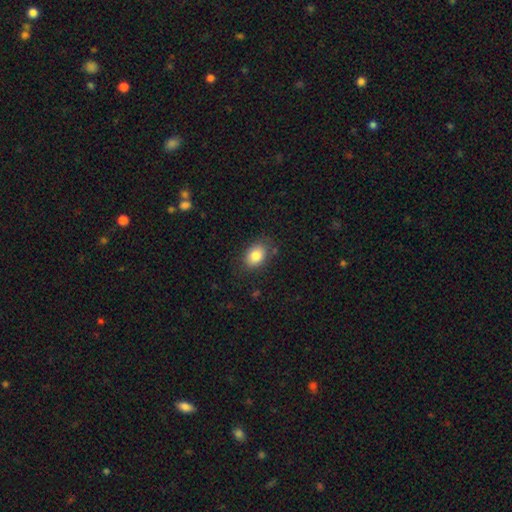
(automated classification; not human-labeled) Smooth or featured: smooth — 83% (star or artifact — 9%)
How rounded: in between — 73% (round — 26%)
Merging: none — 80% (minor disturbance — 14%)